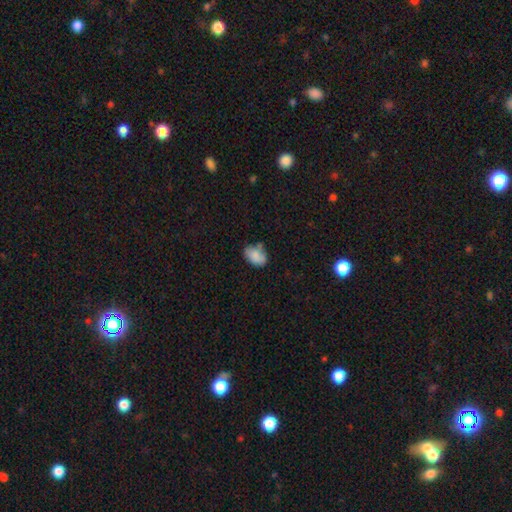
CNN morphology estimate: Smooth or featured?
  - smooth: 82% *
  - featured or disk: 10%
  - star or artifact: 8%
How rounded?
  - in between: 84% *
  - round: 15%
  - cigar-shaped: 1%
Merging?
  - none: 60% *
  - minor disturbance: 27%
  - merger: 7%
  - major disturbance: 6%